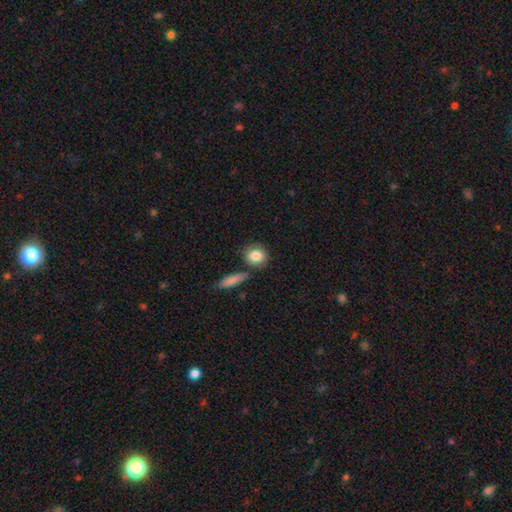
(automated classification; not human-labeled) Smooth or featured?
  - smooth: 84% *
  - featured or disk: 9%
  - star or artifact: 7%
How rounded?
  - round: 64% *
  - in between: 33%
  - cigar-shaped: 3%
Merging?
  - none: 71% *
  - minor disturbance: 14%
  - merger: 11%
  - major disturbance: 4%